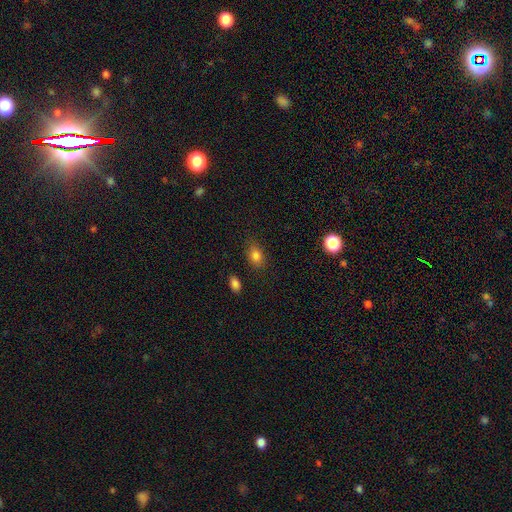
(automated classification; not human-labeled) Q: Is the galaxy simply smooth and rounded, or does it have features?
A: smooth — 83%.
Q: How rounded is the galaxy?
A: in between — 77%.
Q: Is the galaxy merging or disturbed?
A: none — 80%.